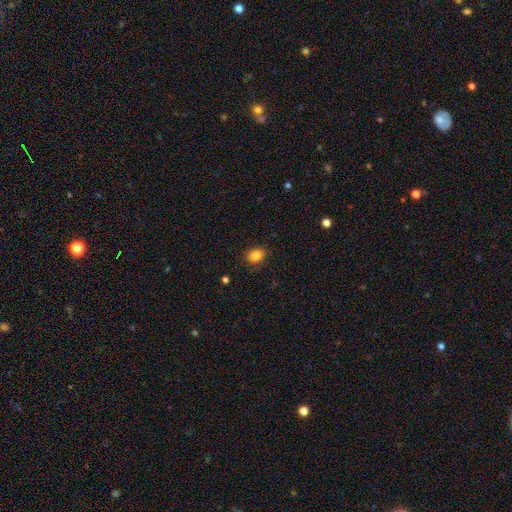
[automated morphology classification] The model was most divided on "how rounded": in between: 60%, round: 38%, cigar-shaped: 1%. More confident: merging — none (84%); smooth or featured — smooth (84%).